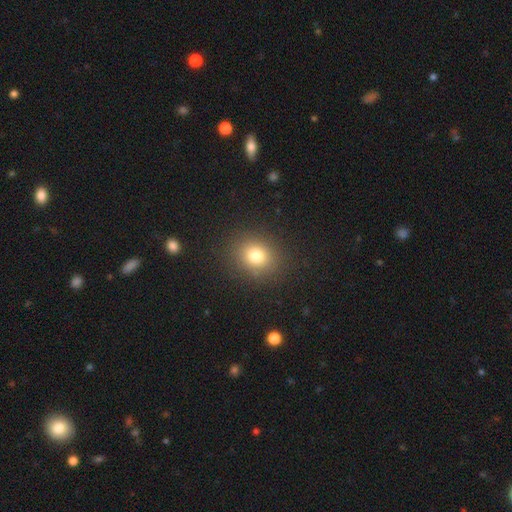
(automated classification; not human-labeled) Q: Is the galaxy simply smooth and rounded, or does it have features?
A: smooth — 77%.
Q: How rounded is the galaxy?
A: round — 68%.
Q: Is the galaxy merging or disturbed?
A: none — 87%.